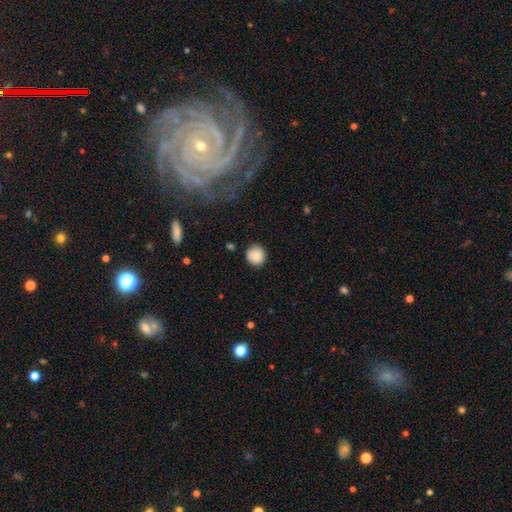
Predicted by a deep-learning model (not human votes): This appears to be a smooth galaxy with no disk features (84%) that is round (90%). Merging: none (82%).